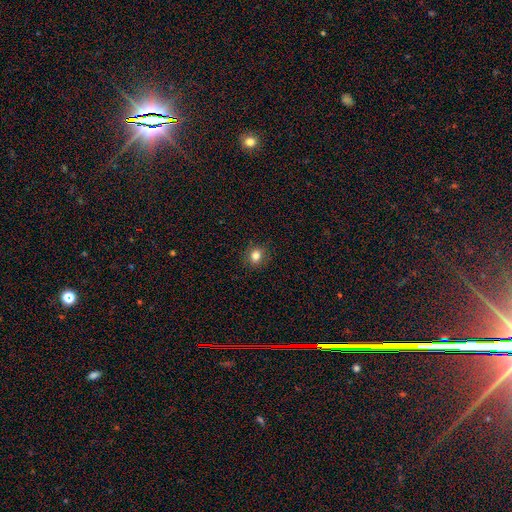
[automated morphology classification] Q: Smooth or featured?
A: smooth (81%); runner-up: star or artifact (12%)
Q: How rounded?
A: round (72%); runner-up: in between (27%)
Q: Merging?
A: none (87%); runner-up: minor disturbance (9%)